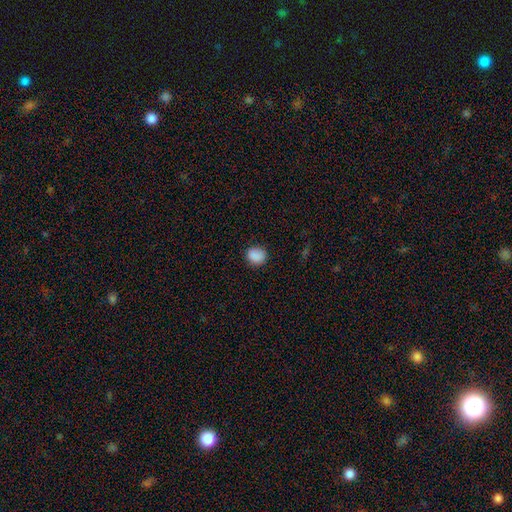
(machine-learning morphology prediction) smooth-or-featured: smooth: 88% | star or artifact: 9% | featured or disk: 3%
  how-rounded: round: 74% | in between: 25% | cigar-shaped: 1%
  merging: none: 87% | minor disturbance: 10% | major disturbance: 3% | merger: 1%